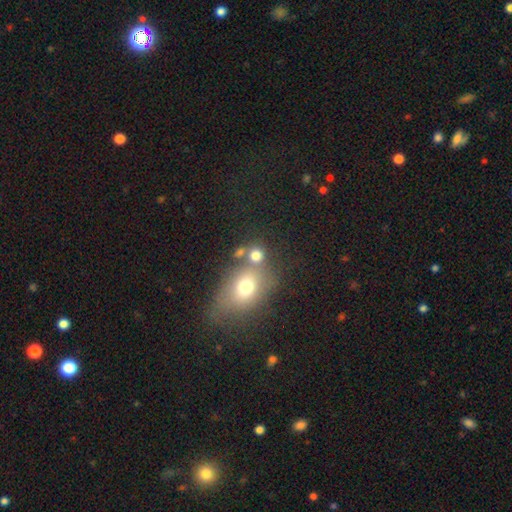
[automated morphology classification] Smooth or featured?
  - smooth: 74% *
  - star or artifact: 15%
  - featured or disk: 11%
How rounded?
  - round: 74% *
  - in between: 24%
  - cigar-shaped: 1%
Merging?
  - none: 52% *
  - merger: 32%
  - minor disturbance: 10%
  - major disturbance: 6%